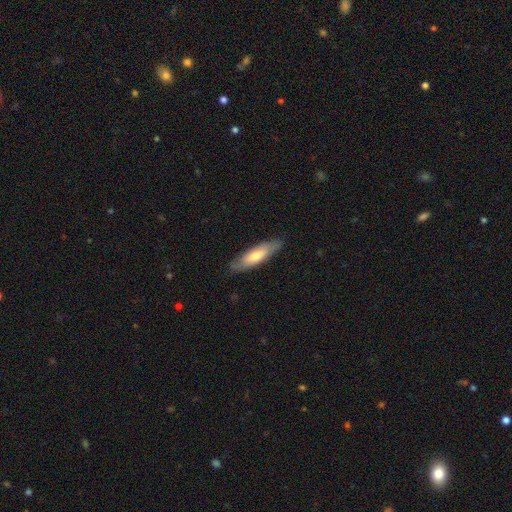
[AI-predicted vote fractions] Smooth or featured? smooth (60%)
How rounded? cigar-shaped (63%)
Merging? none (85%)